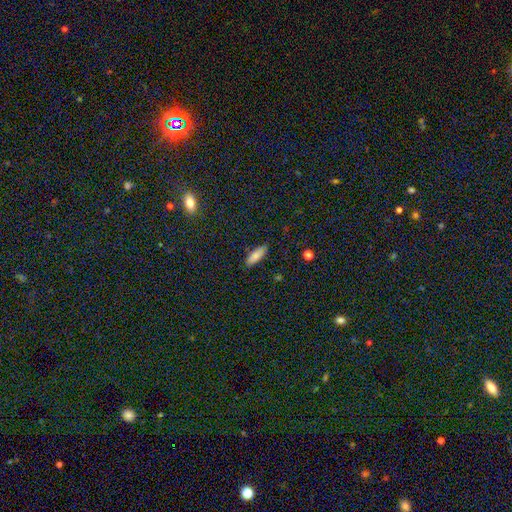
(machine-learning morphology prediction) smooth_or_featured: smooth (p=0.83) [alt: featured or disk p=0.09]
how_rounded: in between (p=0.65) [alt: cigar-shaped p=0.33]
merging: none (p=0.86) [alt: minor disturbance p=0.10]